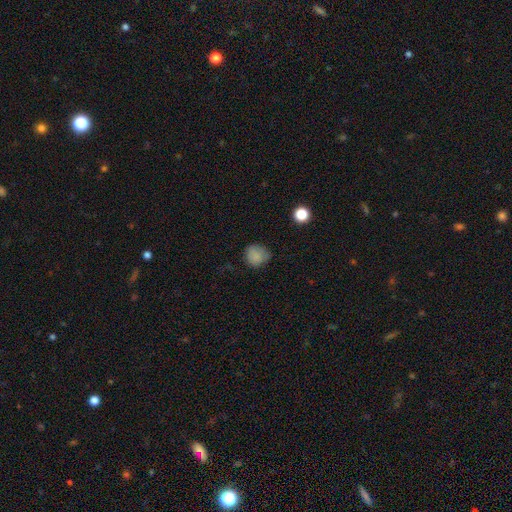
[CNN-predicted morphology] smooth_or_featured: smooth (p=0.83) [alt: star or artifact p=0.11]
how_rounded: round (p=0.85) [alt: in between p=0.14]
merging: none (p=0.67) [alt: minor disturbance p=0.26]